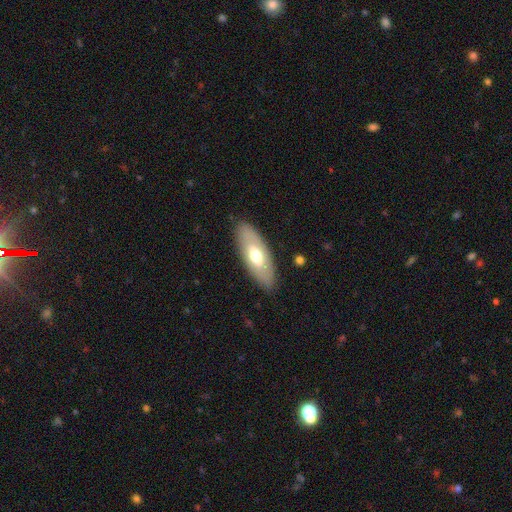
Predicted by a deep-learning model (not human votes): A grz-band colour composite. It shows a smooth galaxy with no disk features (57%) that is in between round and cigar-shaped (78%). Merging: none (85%).